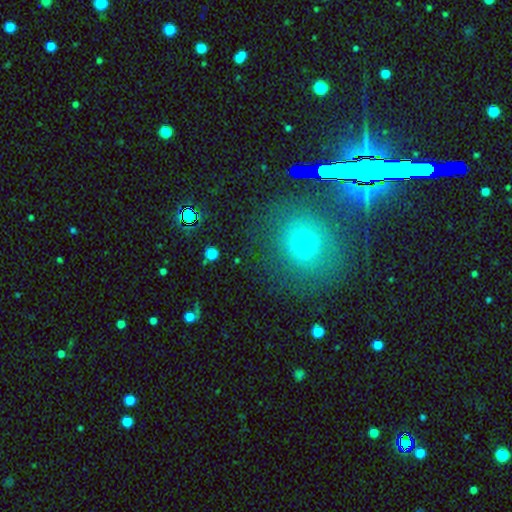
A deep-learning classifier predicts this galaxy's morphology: Smooth or featured? star or artifact (50%)